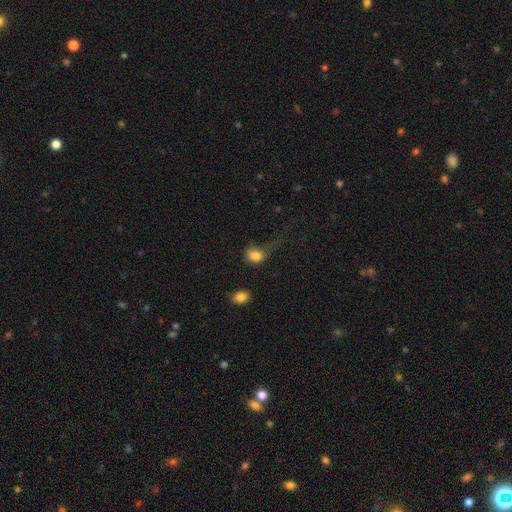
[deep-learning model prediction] This appears to be a smooth galaxy with no disk features (81%) that is in between round and cigar-shaped (57%). Merging: major disturbance (42%).